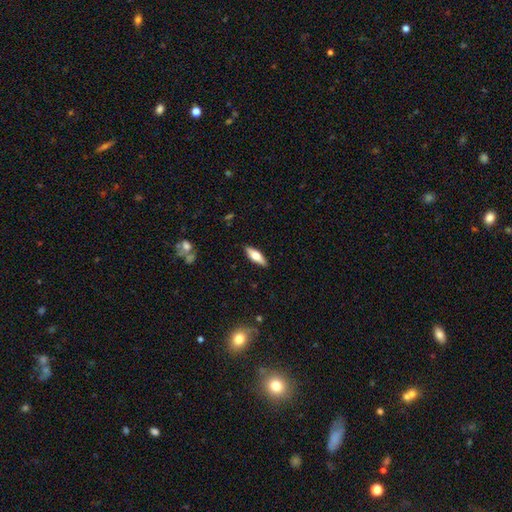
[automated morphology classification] This is possibly a smooth galaxy (56%). How rounded: possibly in between (58%). Merging: clearly none (89%).